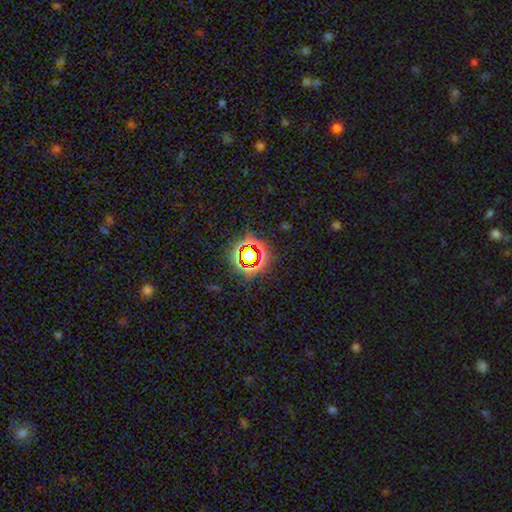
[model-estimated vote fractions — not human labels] Smooth or featured? Predicted: star or artifact (p=0.69).